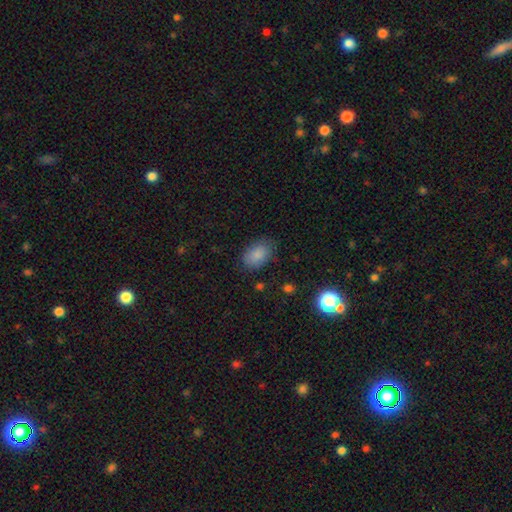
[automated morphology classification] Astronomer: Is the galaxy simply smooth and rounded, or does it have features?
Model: smooth — 86%.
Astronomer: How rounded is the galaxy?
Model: in between — 86%.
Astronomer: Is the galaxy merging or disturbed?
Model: none — 78%.